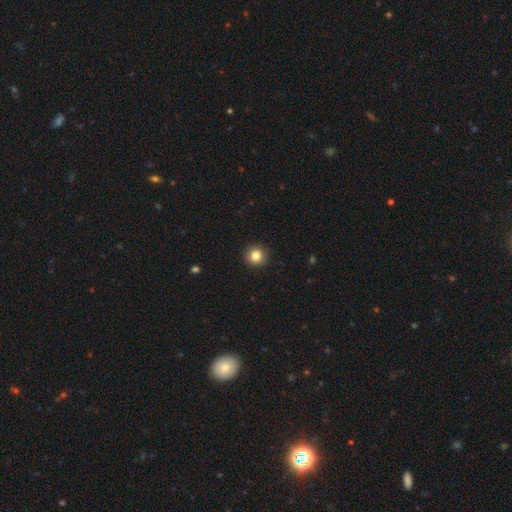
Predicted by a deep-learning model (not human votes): A smooth galaxy with no disk features (85%) that is round (93%). Merging: none (92%).